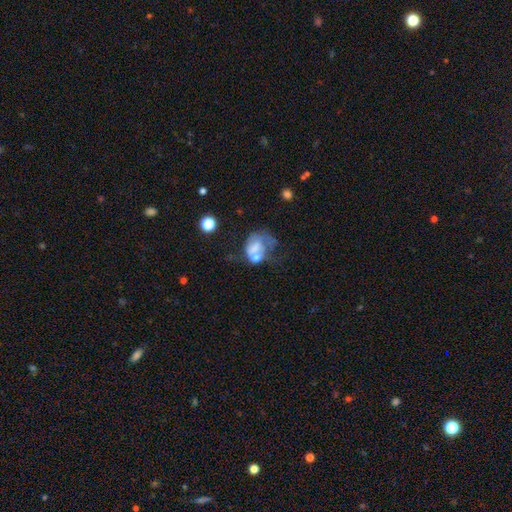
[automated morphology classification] type=smooth (47%); merging=major disturbance (39%).